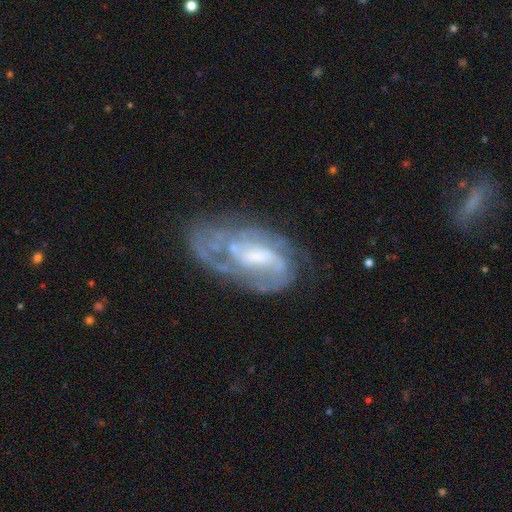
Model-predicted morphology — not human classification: smooth_or_featured: featured or disk (p=0.81) [alt: smooth p=0.12]
disk_edge_on: no (p=0.96) [alt: yes p=0.04]
bar: weak (p=0.46) [alt: no p=0.36]
has_spiral_arms: yes (p=0.85) [alt: no p=0.15]
spiral_winding: tight (p=0.45) [alt: medium p=0.39]
spiral_arm_count: 2 (p=0.35) [alt: can't tell p=0.34]
bulge_size: moderate (p=0.38) [alt: small p=0.36]
merging: none (p=0.49) [alt: minor disturbance p=0.23]